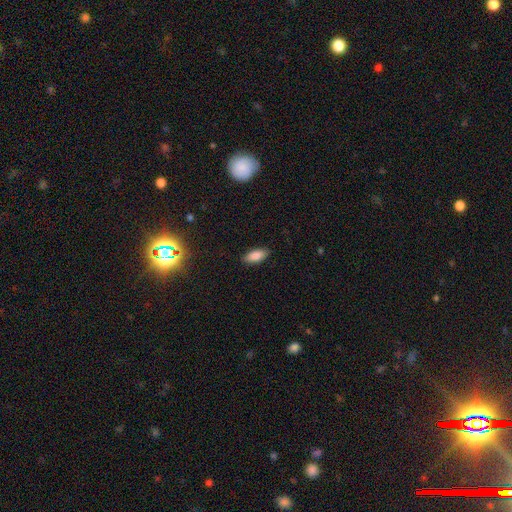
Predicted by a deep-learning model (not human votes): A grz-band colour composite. It shows a smooth galaxy with no disk features (86%) that is in between round and cigar-shaped (85%). Merging: none (87%).